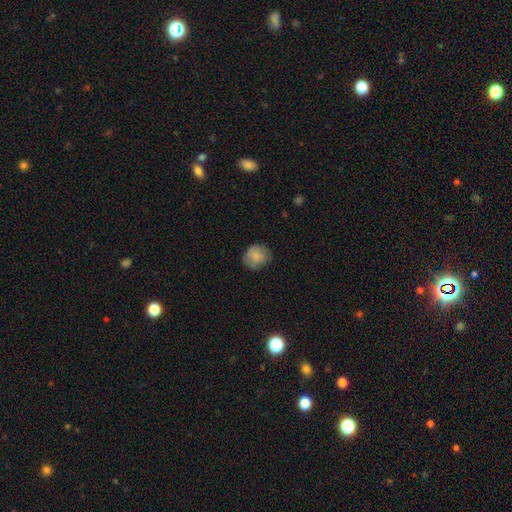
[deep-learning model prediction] smooth-or-featured: smooth: 79% | featured or disk: 13% | star or artifact: 8%
  how-rounded: round: 78% | in between: 21% | cigar-shaped: 1%
  merging: none: 73% | minor disturbance: 20% | major disturbance: 5% | merger: 1%